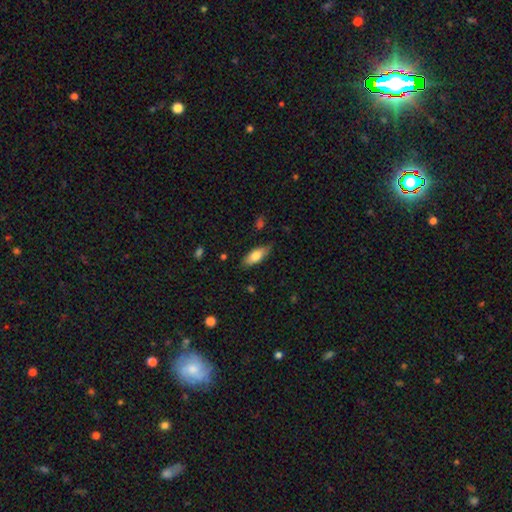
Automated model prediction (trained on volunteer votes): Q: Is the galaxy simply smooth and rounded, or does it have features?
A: smooth — 74%.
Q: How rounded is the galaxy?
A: in between — 76%.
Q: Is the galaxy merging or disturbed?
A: none — 80%.